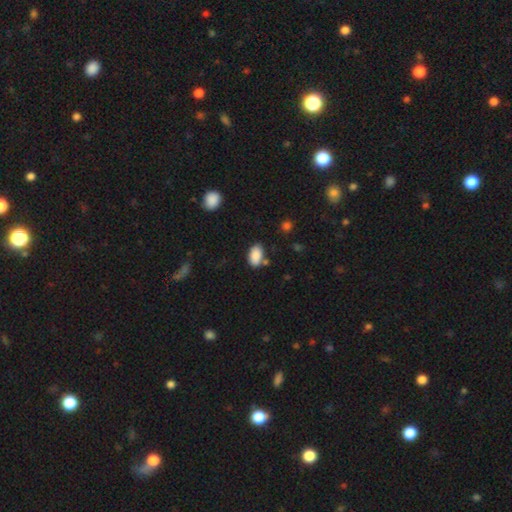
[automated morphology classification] A smooth galaxy with no disk features (88%) that is in between round and cigar-shaped (92%). Merging: none (73%).